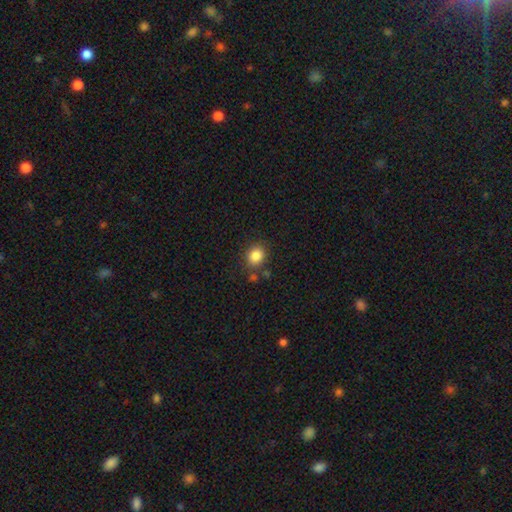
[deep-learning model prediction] smooth_or_featured: smooth (p=0.85) [alt: star or artifact p=0.10]
how_rounded: round (p=0.69) [alt: in between p=0.30]
merging: none (p=0.78) [alt: minor disturbance p=0.12]